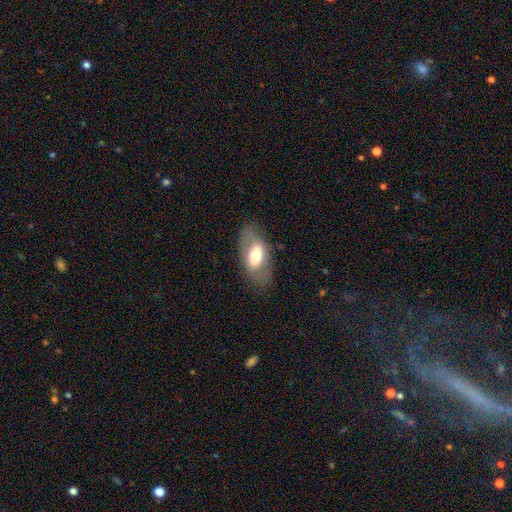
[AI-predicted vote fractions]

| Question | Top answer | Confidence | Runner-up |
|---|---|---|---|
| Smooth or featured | smooth | 51% | featured or disk (42%) |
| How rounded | in between | 89% | round (6%) |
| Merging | none | 77% | minor disturbance (15%) |